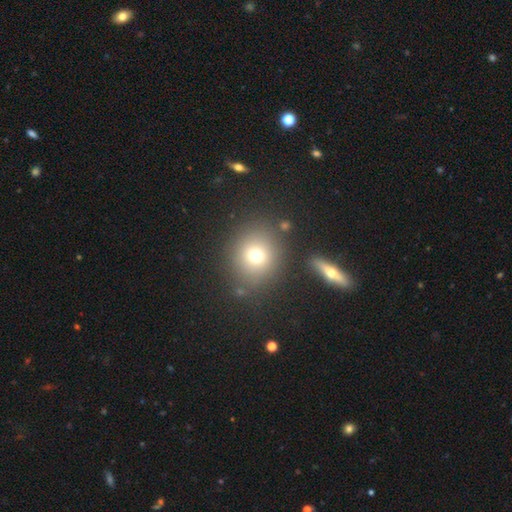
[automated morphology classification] smooth 71%, star or artifact 16%, featured or disk 12%. Down the decision tree: how rounded — round (82%); merging — none (80%).